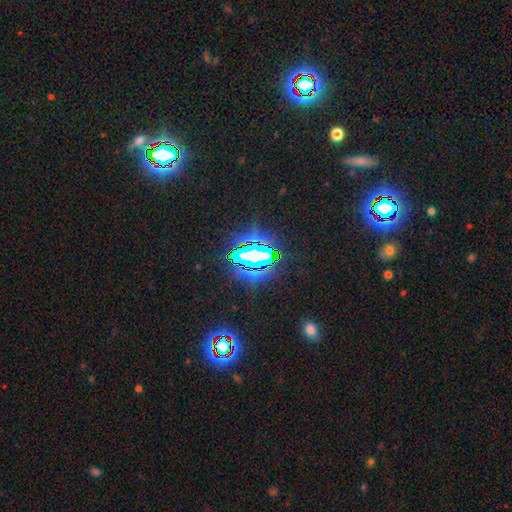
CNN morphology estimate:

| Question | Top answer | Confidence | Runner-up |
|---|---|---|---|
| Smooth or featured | star or artifact | 74% | smooth (15%) |